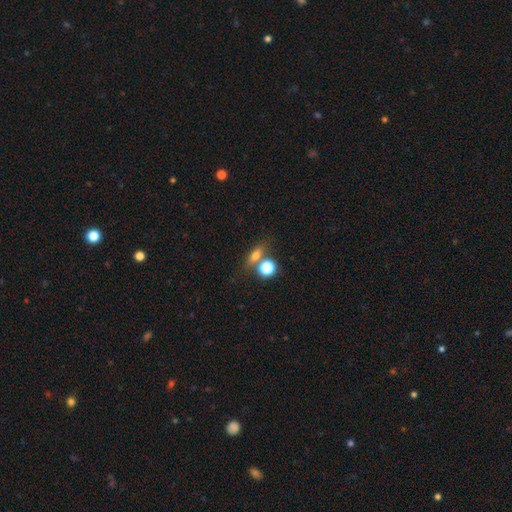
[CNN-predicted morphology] The model was most divided on "how rounded": in between: 50%, round: 30%, cigar-shaped: 20%. More confident: smooth or featured — smooth (66%); merging — none (60%).